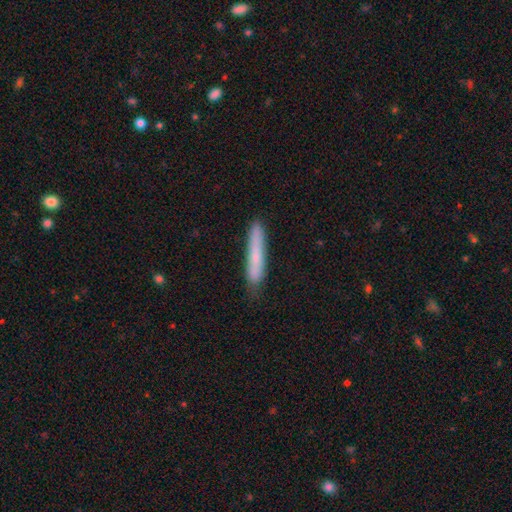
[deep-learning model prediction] Q: Smooth or featured?
A: smooth (71%); runner-up: featured or disk (23%)
Q: How rounded?
A: cigar-shaped (93%); runner-up: in between (6%)
Q: Merging?
A: none (79%); runner-up: minor disturbance (17%)